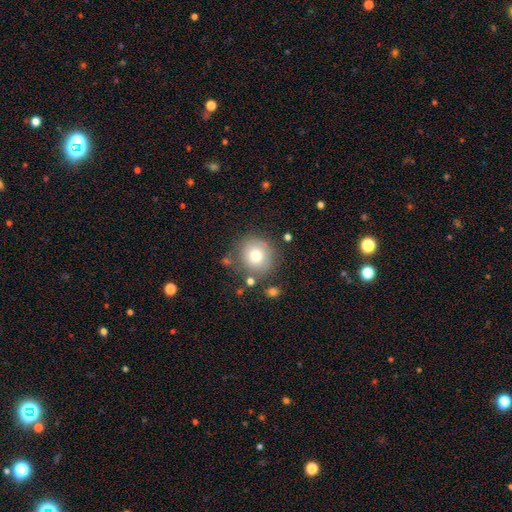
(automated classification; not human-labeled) This appears to be a smooth galaxy with no disk features (74%) that is round (90%). Merging: none (74%).